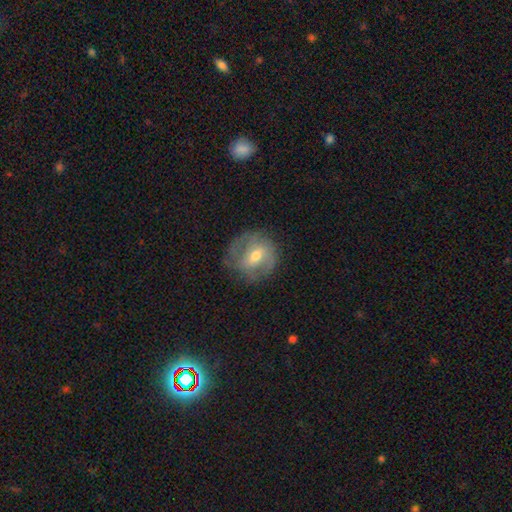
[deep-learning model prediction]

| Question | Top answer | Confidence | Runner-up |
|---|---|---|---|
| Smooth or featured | featured or disk | 59% | smooth (33%) |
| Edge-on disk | no | 95% | yes (5%) |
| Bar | weak | 51% | no (26%) |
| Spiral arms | yes | 72% | no (28%) |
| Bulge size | moderate | 67% | small (26%) |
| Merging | none | 70% | minor disturbance (19%) |